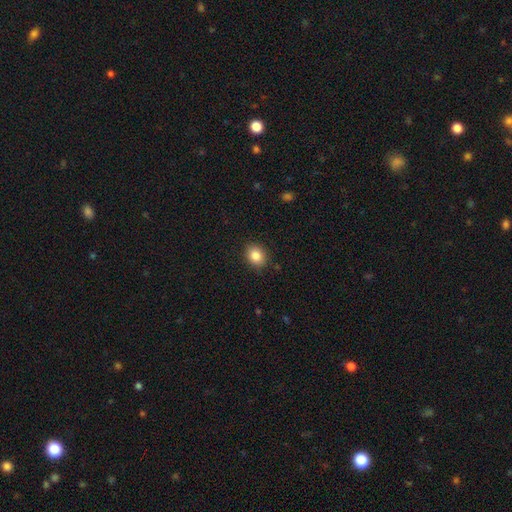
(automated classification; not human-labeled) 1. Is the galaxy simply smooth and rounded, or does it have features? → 85% smooth, 9% star or artifact, 6% featured or disk.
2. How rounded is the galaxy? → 57% round, 42% in between, 1% cigar-shaped.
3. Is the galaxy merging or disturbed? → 88% none, 8% minor disturbance, 2% major disturbance, 1% merger.